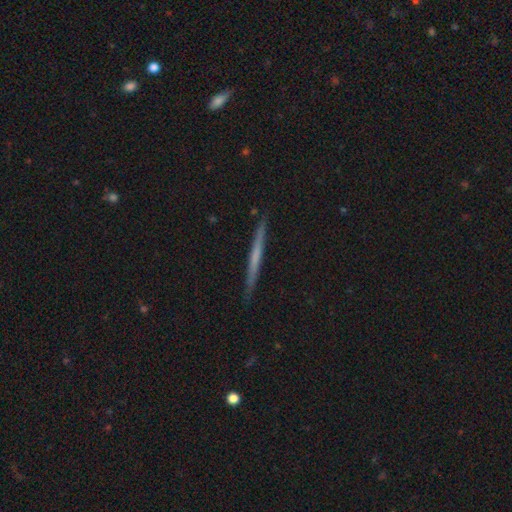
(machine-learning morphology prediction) Smooth or featured?
  - featured or disk: 51% *
  - smooth: 42%
  - star or artifact: 7%
Edge-on disk?
  - yes: 98% *
  - no: 2%
Merging?
  - none: 91% *
  - minor disturbance: 6%
  - major disturbance: 1%
  - merger: 1%